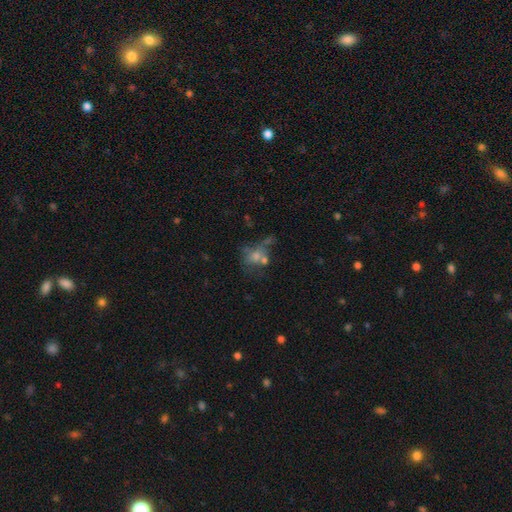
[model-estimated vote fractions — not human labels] smooth_or_featured: smooth (p=0.42) [alt: featured or disk p=0.32]
merging: none (p=0.38) [alt: merger p=0.29]